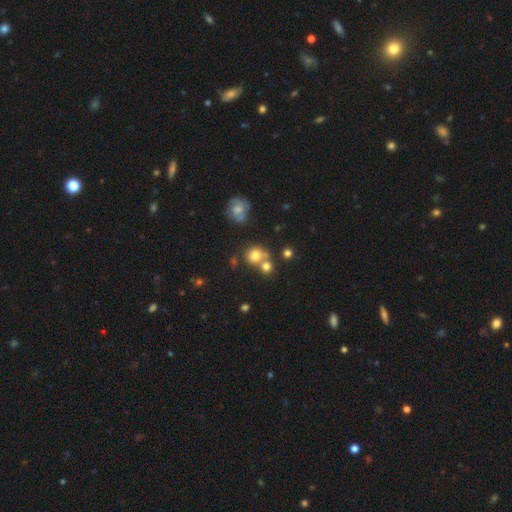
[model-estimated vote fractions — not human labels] Smooth or featured? smooth (73%)
How rounded? round (83%)
Merging? none (49%)